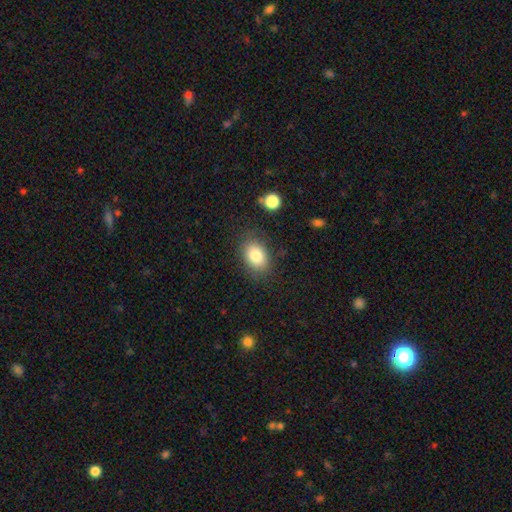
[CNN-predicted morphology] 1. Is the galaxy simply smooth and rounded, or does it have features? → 82% smooth, 9% featured or disk, 9% star or artifact.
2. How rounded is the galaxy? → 76% in between, 23% round, 1% cigar-shaped.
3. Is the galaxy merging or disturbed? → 82% none, 12% minor disturbance, 4% major disturbance, 2% merger.